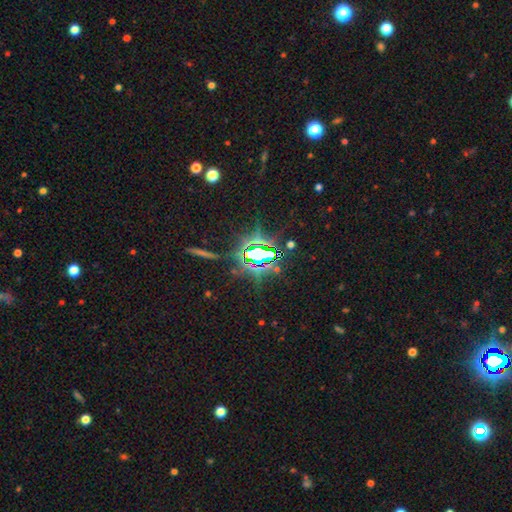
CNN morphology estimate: This is likely a star or artifact rather than a galaxy (79%).